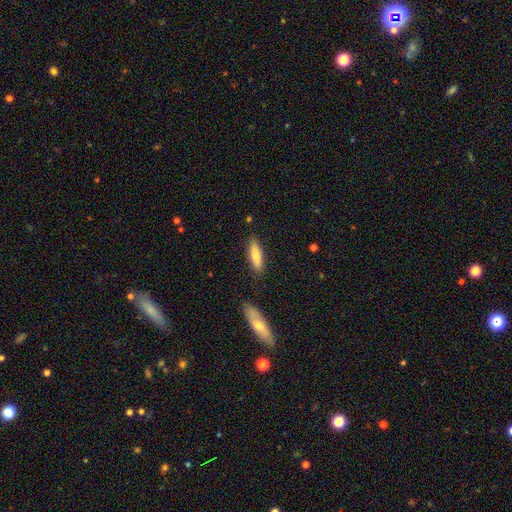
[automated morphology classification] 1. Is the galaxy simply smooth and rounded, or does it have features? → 76% smooth, 18% featured or disk, 6% star or artifact.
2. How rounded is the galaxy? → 60% cigar-shaped, 38% in between, 2% round.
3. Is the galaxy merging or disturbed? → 84% none, 11% minor disturbance, 3% merger, 2% major disturbance.